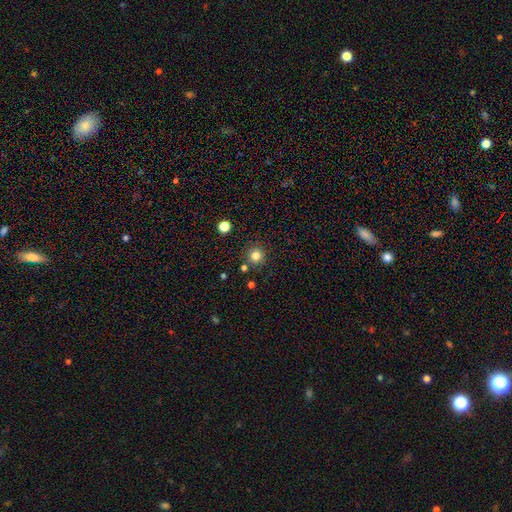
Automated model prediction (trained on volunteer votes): Smooth or featured? Predicted: smooth (p=0.81). How rounded? Predicted: round (p=0.94). Merging? Predicted: none (p=0.87).